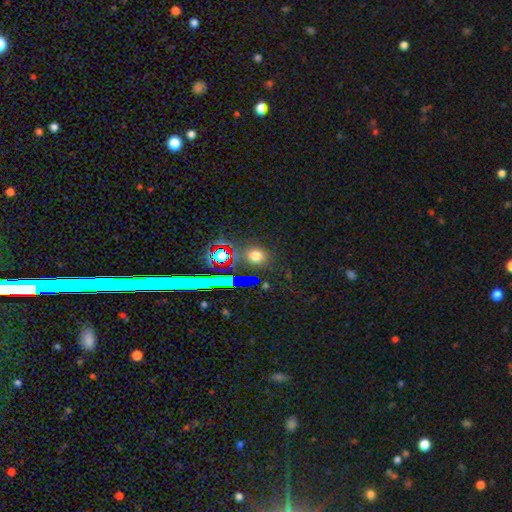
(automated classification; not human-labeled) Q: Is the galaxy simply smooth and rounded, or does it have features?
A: smooth — 68%.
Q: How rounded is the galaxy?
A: round — 76%.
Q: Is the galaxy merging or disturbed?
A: none — 84%.